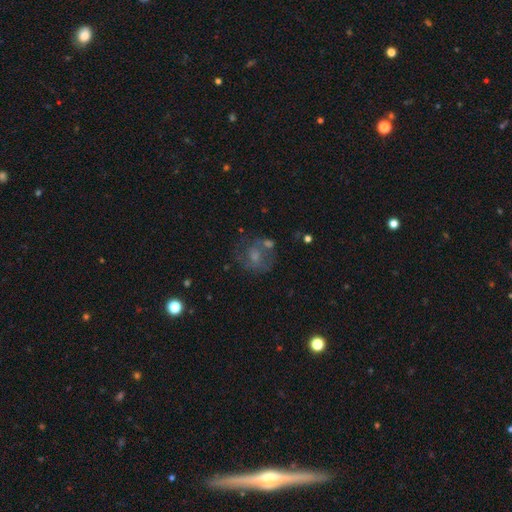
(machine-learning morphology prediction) Overall: featured or disk (45%; smooth 39%). Merging: none (51%; minor disturbance 18%).